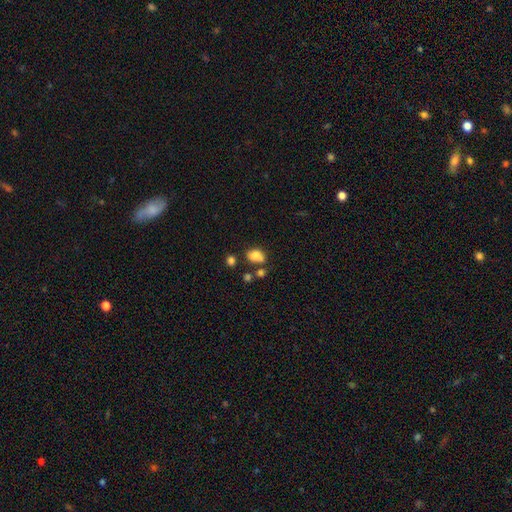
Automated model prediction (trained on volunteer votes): Morphology: type=smooth (79%); roundness=in between (64%); merging=none (49%).